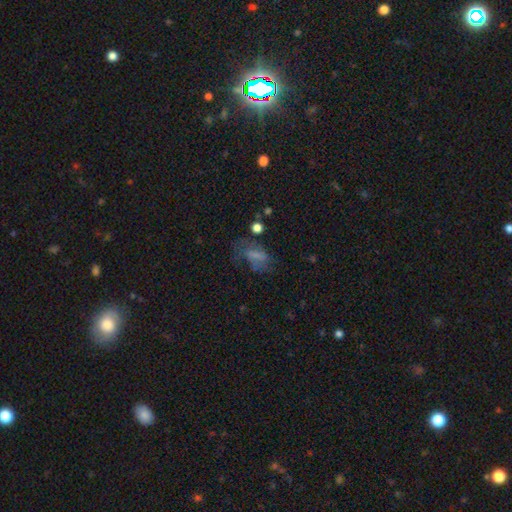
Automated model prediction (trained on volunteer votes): Q: Smooth or featured?
A: smooth (54%); runner-up: featured or disk (30%)
Q: How rounded?
A: in between (79%); runner-up: cigar-shaped (12%)
Q: Merging?
A: none (38%); runner-up: major disturbance (33%)